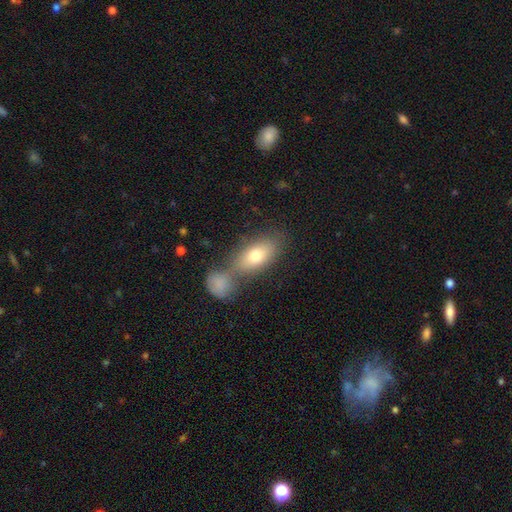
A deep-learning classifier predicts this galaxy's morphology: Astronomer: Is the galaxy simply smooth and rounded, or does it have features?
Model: smooth — 75%.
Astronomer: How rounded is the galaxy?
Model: in between — 85%.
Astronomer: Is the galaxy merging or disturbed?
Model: none — 49% (runner-up: merger, 34%).